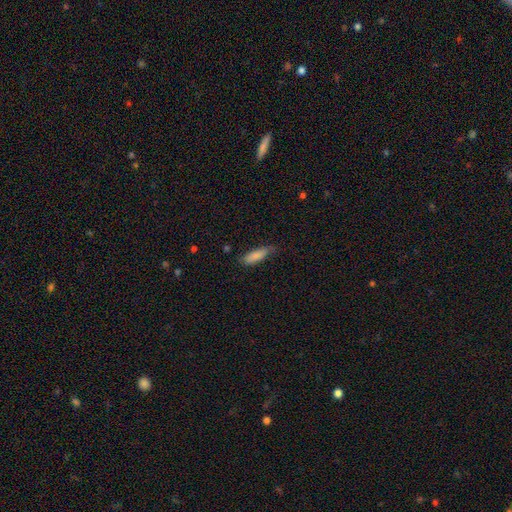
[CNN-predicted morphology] Smooth or featured? Predicted: smooth (p=0.84). How rounded? Predicted: in between (p=0.49, tied with cigar-shaped). Merging? Predicted: none (p=0.68).